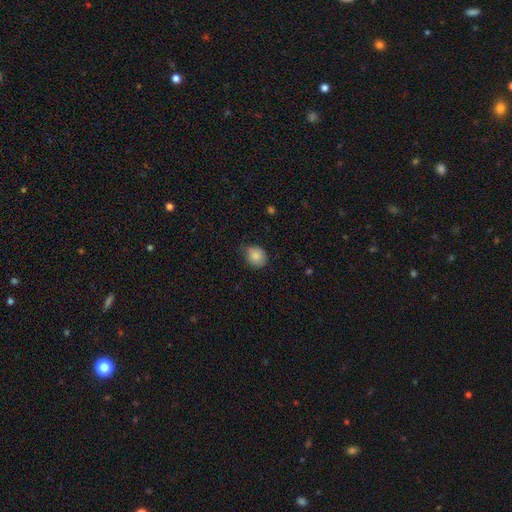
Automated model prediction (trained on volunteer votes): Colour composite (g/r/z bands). It shows a smooth galaxy with no disk features (85%) that is round (62%). Merging: none (60%).